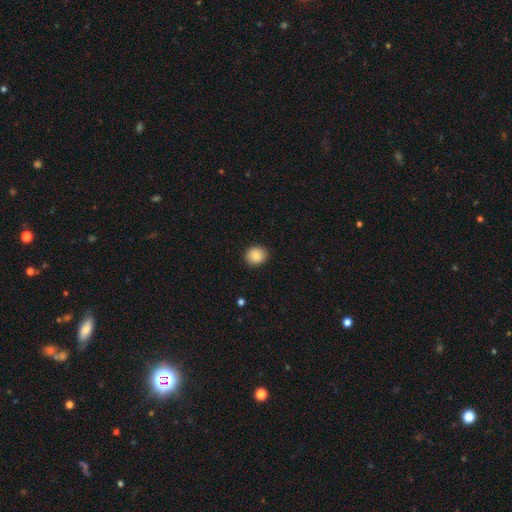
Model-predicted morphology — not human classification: smooth-or-featured: smooth: 87% | star or artifact: 8% | featured or disk: 5%
  how-rounded: round: 83% | in between: 17% | cigar-shaped: 1%
  merging: none: 89% | minor disturbance: 8% | major disturbance: 2% | merger: 1%